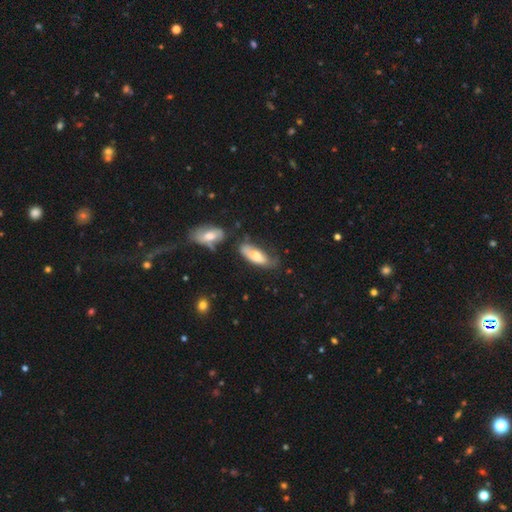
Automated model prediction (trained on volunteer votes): Smooth or featured? smooth (64%)
How rounded? in between (77%)
Merging? none (42%)